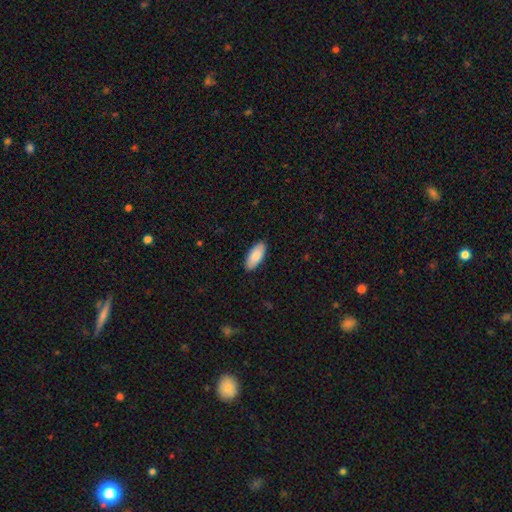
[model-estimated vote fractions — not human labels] smooth 86%, featured or disk 8%, star or artifact 5%. Down the decision tree: how rounded — in between (87%); merging — none (89%).